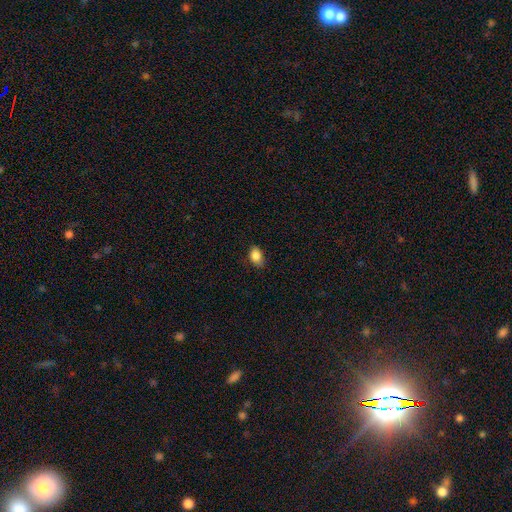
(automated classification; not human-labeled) A smooth galaxy with no disk features (86%) that is in between round and cigar-shaped (80%).

Vote fractions:
- Smooth or featured? smooth: 86% / star or artifact: 8% / featured or disk: 5%
- How rounded? in between: 80% / round: 19% / cigar-shaped: 1%
- Merging? none: 75% / minor disturbance: 21% / major disturbance: 4% / merger: 1%